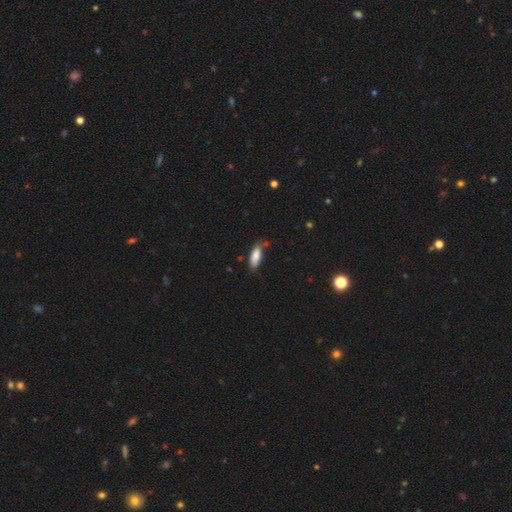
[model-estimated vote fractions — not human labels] This appears to be a smooth galaxy with no disk features (84%) that is in between round and cigar-shaped (70%). Merging: none (69%).